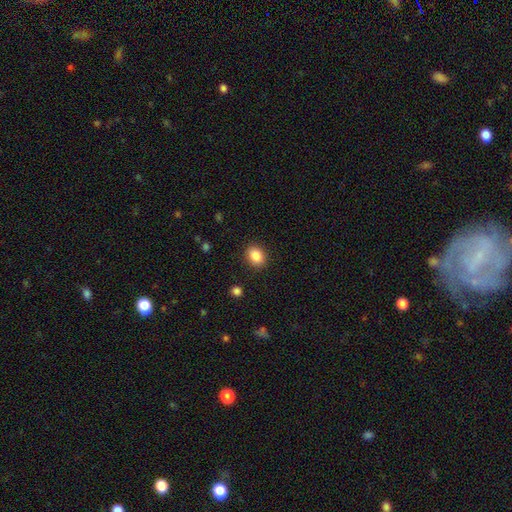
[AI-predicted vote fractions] The model was most divided on "how rounded": in between: 52%, round: 48%, cigar-shaped: 1%. More confident: merging — none (89%); smooth or featured — smooth (86%).